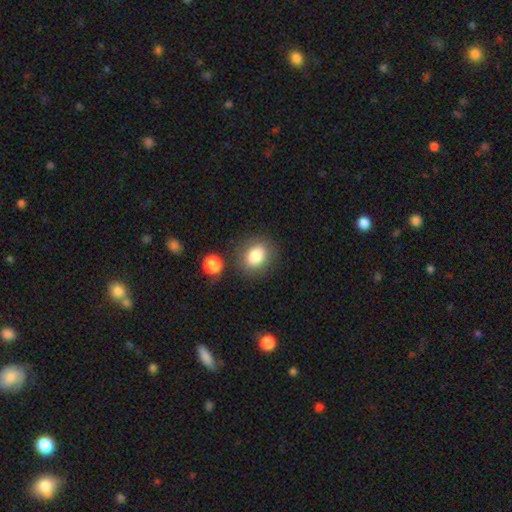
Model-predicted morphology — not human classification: Smooth or featured?
  - smooth: 84% *
  - star or artifact: 9%
  - featured or disk: 7%
How rounded?
  - round: 52% *
  - in between: 47%
  - cigar-shaped: 1%
Merging?
  - none: 79% *
  - minor disturbance: 11%
  - merger: 6%
  - major disturbance: 4%